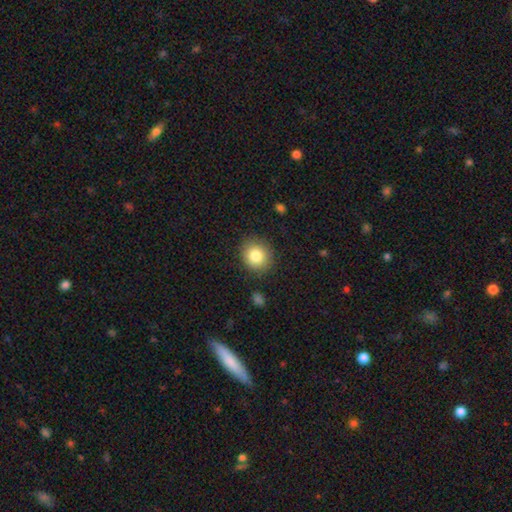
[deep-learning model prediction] A smooth galaxy with no disk features (82%) that is round (80%). Merging: none (87%).